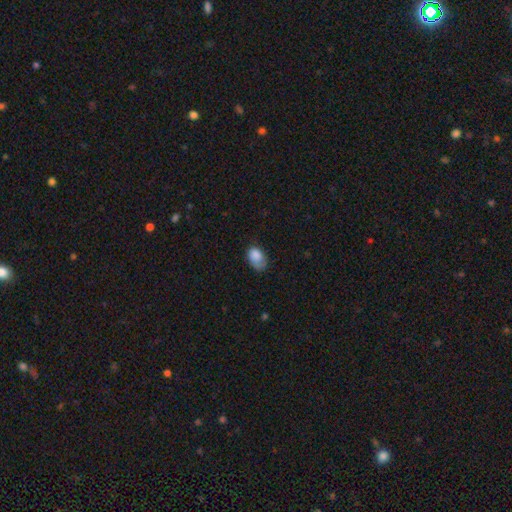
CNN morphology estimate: Smooth or featured: smooth — 83% (featured or disk — 9%)
How rounded: in between — 85% (round — 14%)
Merging: none — 45% (minor disturbance — 37%)